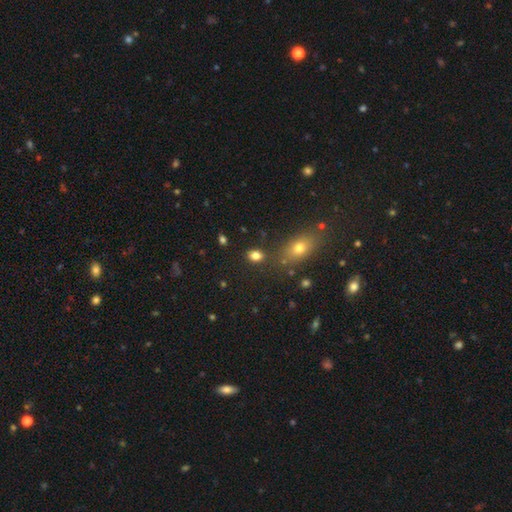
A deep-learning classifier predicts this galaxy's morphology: This appears to be a smooth galaxy with no disk features (81%) that is in between round and cigar-shaped (65%). Merging: none (79%).